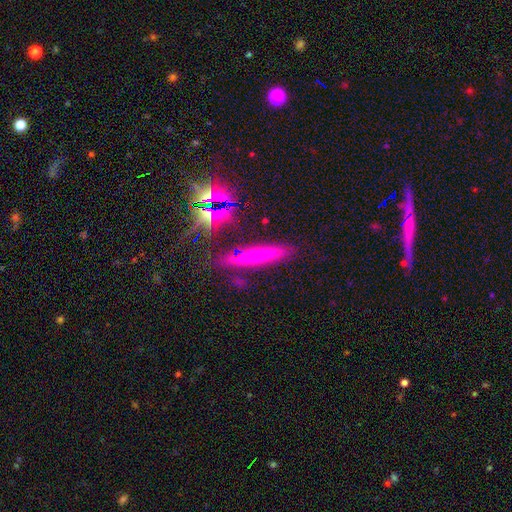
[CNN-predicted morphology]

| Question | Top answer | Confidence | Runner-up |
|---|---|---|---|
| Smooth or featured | smooth | 44% | featured or disk (37%) |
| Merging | none | 83% | minor disturbance (11%) |